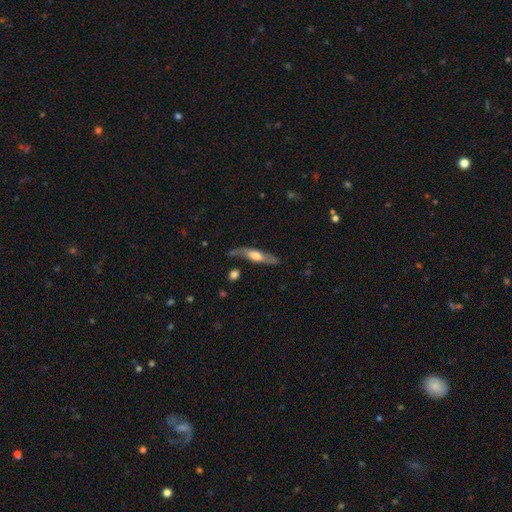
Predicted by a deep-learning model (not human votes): Smooth or featured?
  - featured or disk: 60% *
  - smooth: 35%
  - star or artifact: 6%
Edge-on disk?
  - yes: 55% *
  - no: 45%
Merging?
  - none: 68% *
  - minor disturbance: 20%
  - major disturbance: 8%
  - merger: 5%